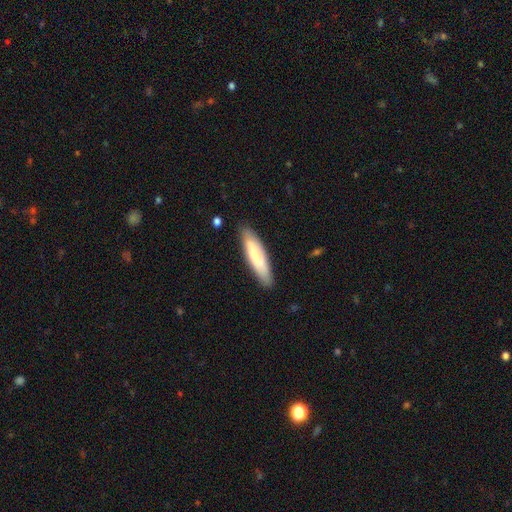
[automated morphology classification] A smooth galaxy with no disk features (66%) that is cigar-shaped (72%).

Vote fractions:
- Smooth or featured? smooth: 66% / featured or disk: 28% / star or artifact: 5%
- How rounded? cigar-shaped: 72% / in between: 27% / round: 1%
- Merging? none: 85% / minor disturbance: 11% / major disturbance: 2% / merger: 1%